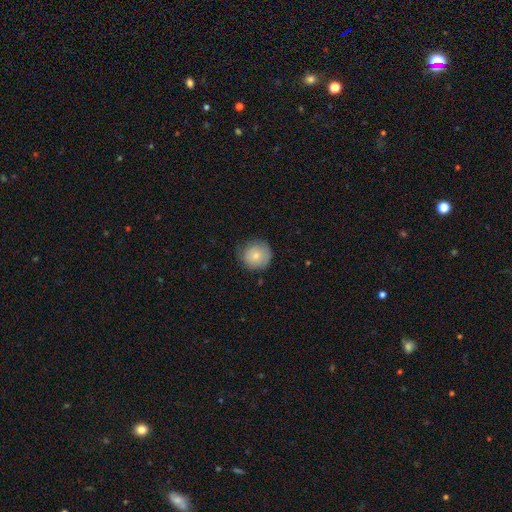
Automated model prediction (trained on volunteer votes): A smooth galaxy with no disk features (74%) that is round (92%). Merging: none (70%).